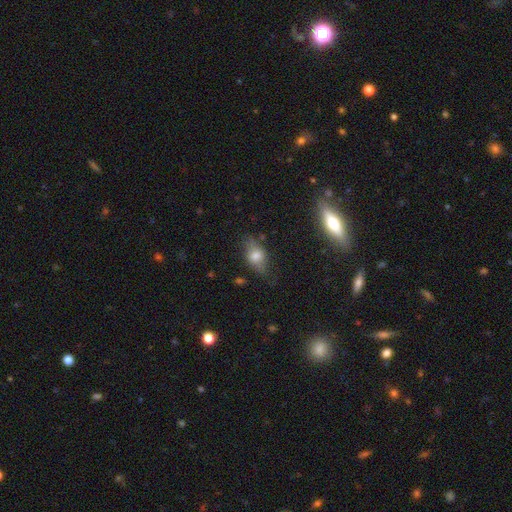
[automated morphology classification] Smooth or featured?
  - smooth: 62% *
  - featured or disk: 28%
  - star or artifact: 10%
How rounded?
  - in between: 81% *
  - round: 12%
  - cigar-shaped: 7%
Merging?
  - none: 66% *
  - minor disturbance: 24%
  - major disturbance: 8%
  - merger: 2%